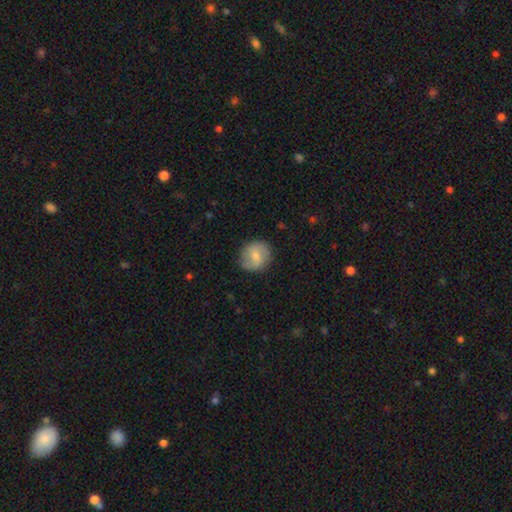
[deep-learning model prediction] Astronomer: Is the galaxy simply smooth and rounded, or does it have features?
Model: smooth — 58% (runner-up: featured or disk, 36%).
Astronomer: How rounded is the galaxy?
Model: round — 83%.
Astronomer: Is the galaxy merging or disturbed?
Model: none — 82%.